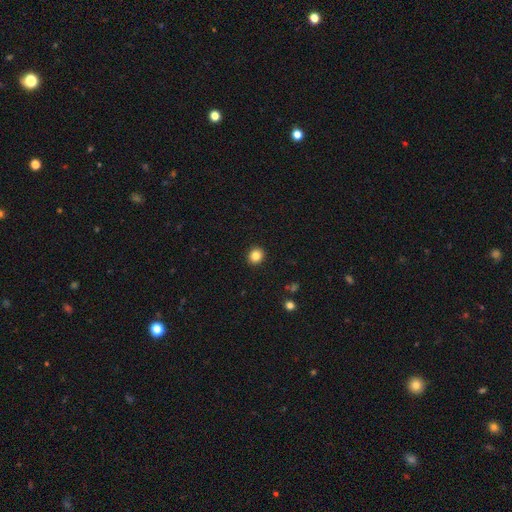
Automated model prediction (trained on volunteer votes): Morphology: type=smooth (84%); roundness=round (79%); merging=none (92%).